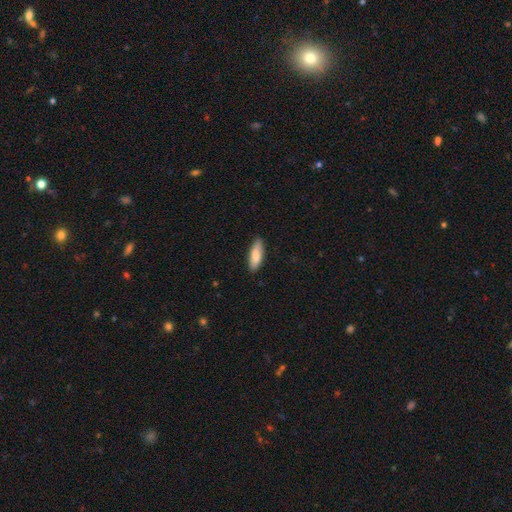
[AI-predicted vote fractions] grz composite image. It shows a smooth galaxy with no disk features (84%) that is in between round and cigar-shaped (57%). Merging: none (85%).